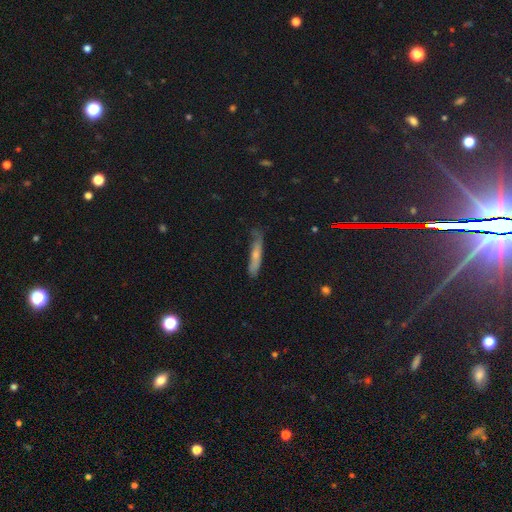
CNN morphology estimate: A smooth galaxy with no disk features (60%) that is cigar-shaped (88%).

Vote fractions:
- Smooth or featured? smooth: 60% / featured or disk: 33% / star or artifact: 8%
- How rounded? cigar-shaped: 88% / in between: 10% / round: 2%
- Merging? none: 65% / minor disturbance: 27% / major disturbance: 7% / merger: 2%